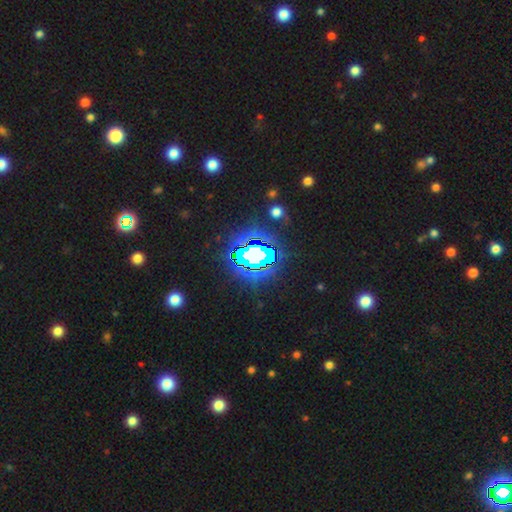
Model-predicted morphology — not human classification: type=star or artifact (67%).